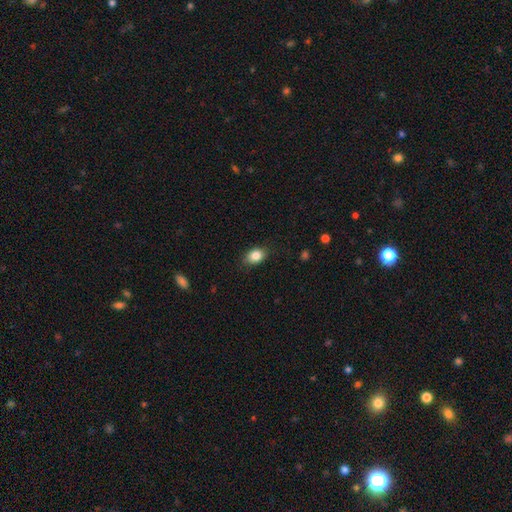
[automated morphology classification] smooth 85%, star or artifact 8%, featured or disk 6%. Down the decision tree: how rounded — in between (77%); merging — none (83%).